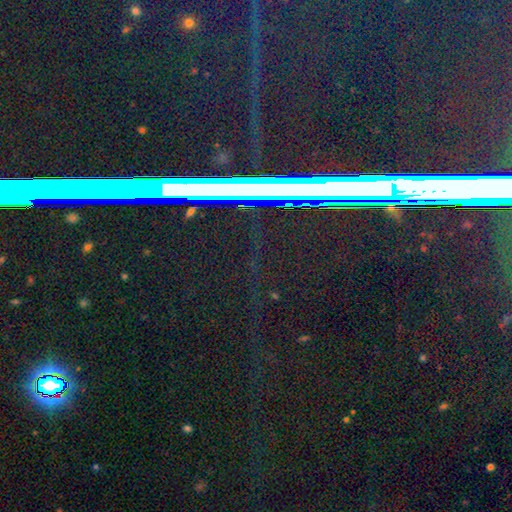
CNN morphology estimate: Smooth or featured? Predicted: star or artifact (p=0.71).